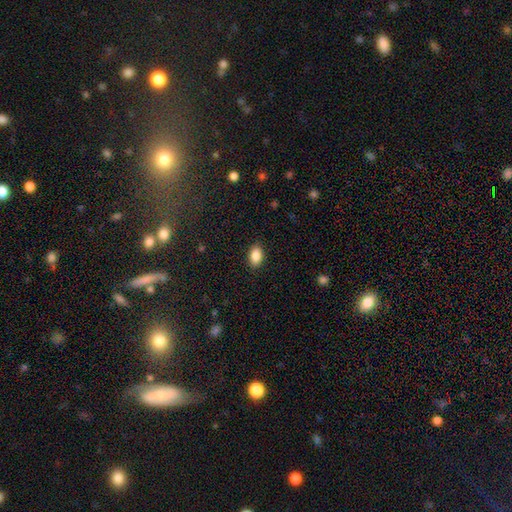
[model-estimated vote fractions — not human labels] A smooth galaxy with no disk features (87%) that is in between round and cigar-shaped (89%). Merging: none (88%).